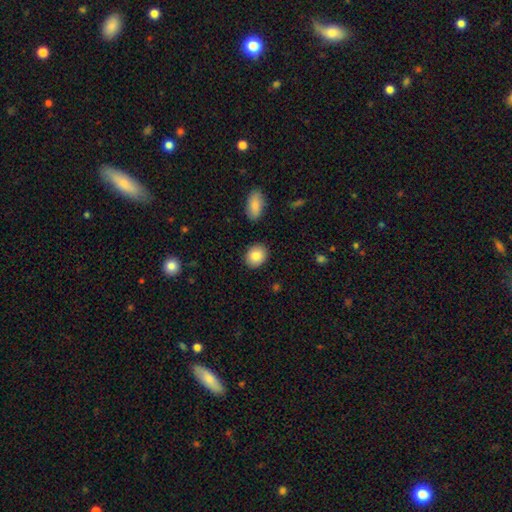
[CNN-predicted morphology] smooth-or-featured: smooth: 85% | featured or disk: 8% | star or artifact: 7%
  how-rounded: round: 56% | in between: 43% | cigar-shaped: 1%
  merging: none: 88% | minor disturbance: 8% | merger: 2% | major disturbance: 2%